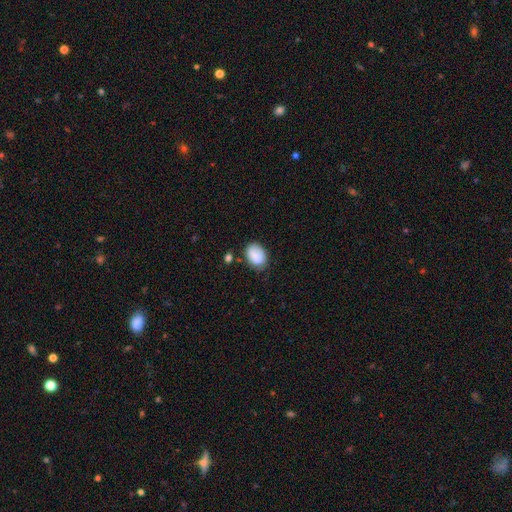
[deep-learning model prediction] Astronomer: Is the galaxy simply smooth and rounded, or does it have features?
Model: smooth — 84%.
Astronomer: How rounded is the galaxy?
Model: in between — 73%.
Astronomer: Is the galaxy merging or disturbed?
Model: none — 65%.